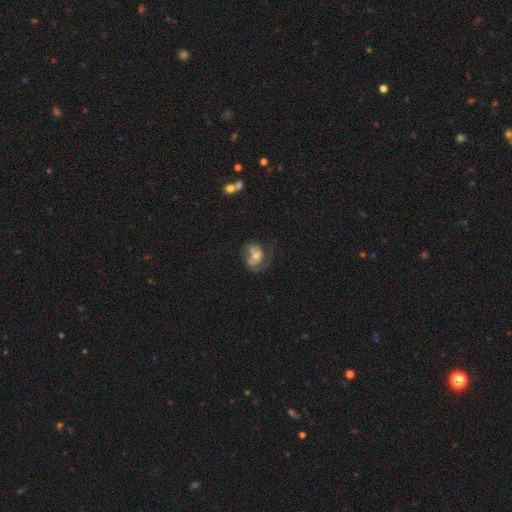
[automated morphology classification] type=featured or disk (59%); edge-on=no (97%); bar=no (73%); spiral arms=yes (66%); bulge=moderate (57%); merging=none (33%).